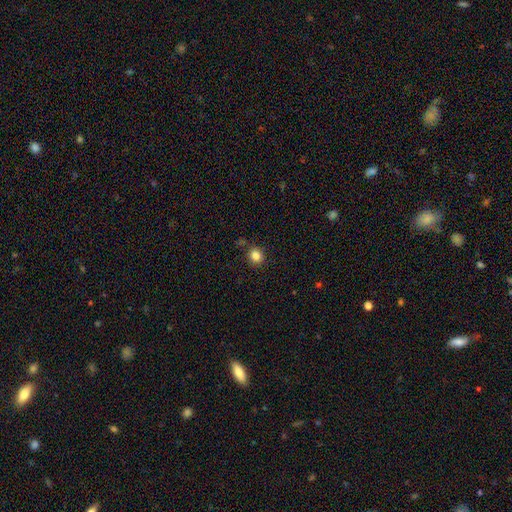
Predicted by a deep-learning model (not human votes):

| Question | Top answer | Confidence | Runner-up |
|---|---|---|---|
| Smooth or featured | smooth | 84% | star or artifact (11%) |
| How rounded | round | 82% | in between (17%) |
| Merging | none | 84% | minor disturbance (10%) |